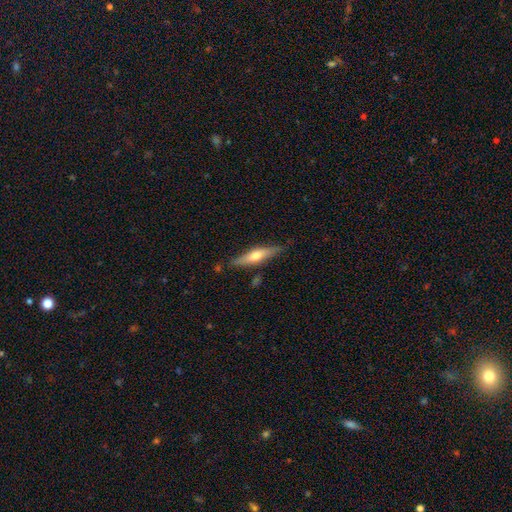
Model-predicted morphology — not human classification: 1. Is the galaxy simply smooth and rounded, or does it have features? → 57% featured or disk, 37% smooth, 6% star or artifact.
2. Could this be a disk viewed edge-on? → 94% yes, 6% no.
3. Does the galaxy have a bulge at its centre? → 89% rounded, 5% boxy, 5% none.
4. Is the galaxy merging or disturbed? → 81% none, 13% minor disturbance, 3% merger, 3% major disturbance.